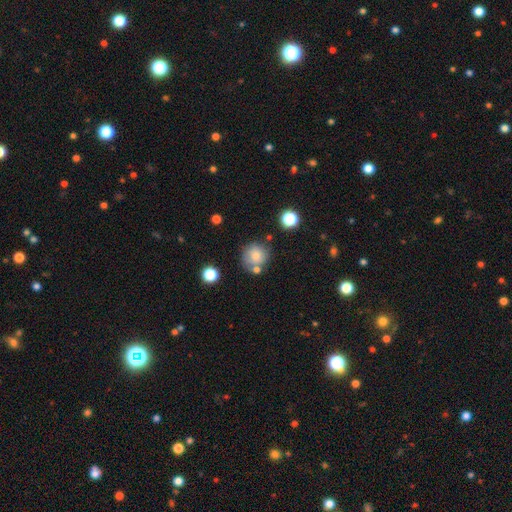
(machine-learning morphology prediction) The model was most divided on "merging": none: 64%, minor disturbance: 16%, merger: 15%, major disturbance: 5%. More confident: how rounded — round (90%); smooth or featured — smooth (73%).